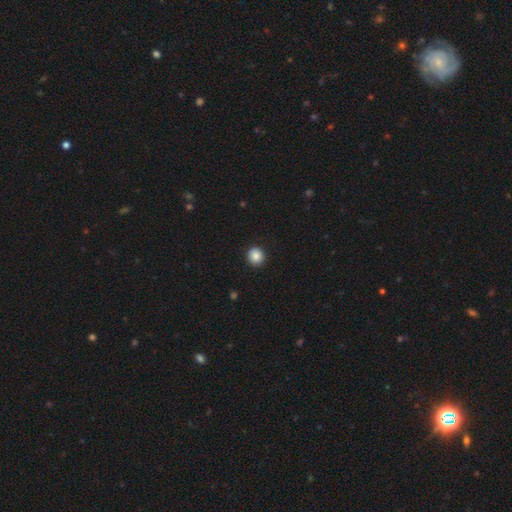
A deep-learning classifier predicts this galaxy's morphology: Overall: smooth (87%). How rounded: round (91%). Merging: none (92%).